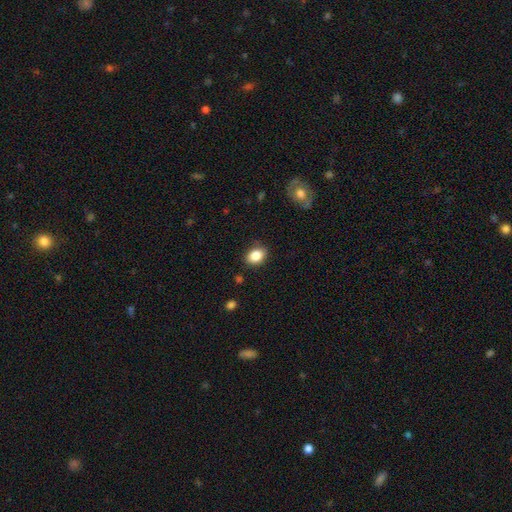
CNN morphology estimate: smooth-or-featured: smooth: 86% | star or artifact: 9% | featured or disk: 5%
  how-rounded: in between: 71% | round: 28% | cigar-shaped: 1%
  merging: none: 83% | minor disturbance: 13% | major disturbance: 3% | merger: 1%